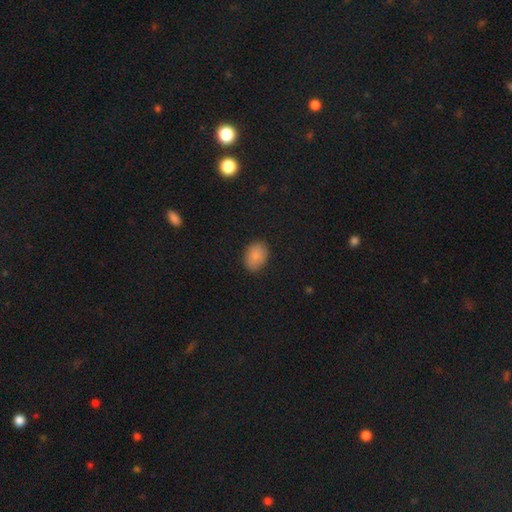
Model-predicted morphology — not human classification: A smooth galaxy with no disk features (86%) that is in between round and cigar-shaped (73%). Merging: none (86%).